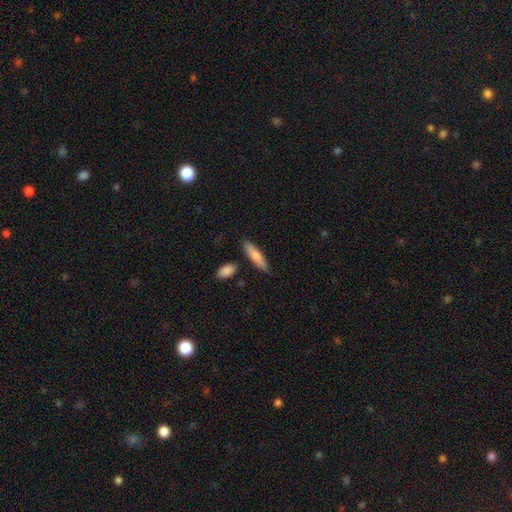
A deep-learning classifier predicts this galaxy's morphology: type=smooth (73%); roundness=cigar-shaped (72%); merging=none (83%).